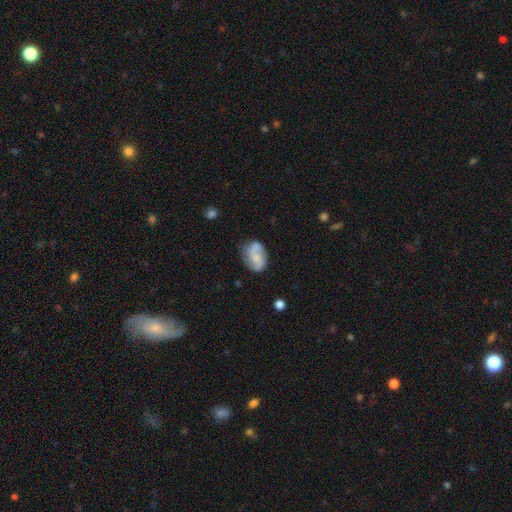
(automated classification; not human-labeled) The model was most divided on "spiral winding" (2-way tie): loose: 42%, medium: 42%, tight: 16%. Remaining: edge-on disk — no (97%); spiral arms — yes (88%); spiral arm count — 2 (86%); smooth or featured — featured or disk (62%); bar — no (60%); merging — none (60%); bulge size — none (35%).